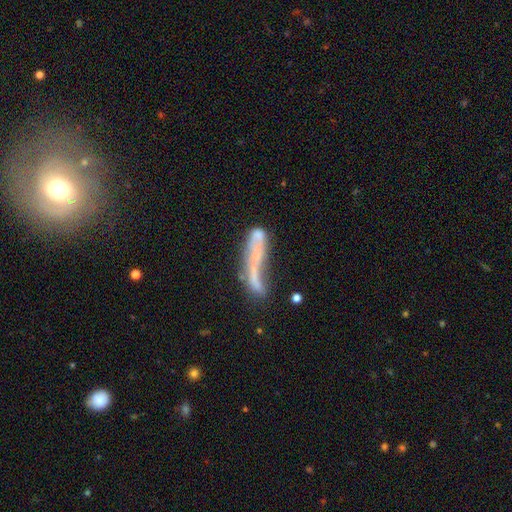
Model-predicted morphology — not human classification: This is possibly a featured or disk galaxy (51%). It is likely not viewed edge-on (64%). Merging: marginally merger (29%).